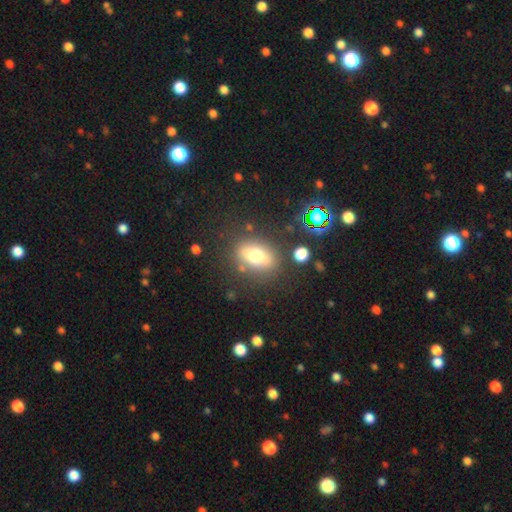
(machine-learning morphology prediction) This is likely a smooth galaxy (66%). How rounded: likely in between (73%). Merging: likely none (76%).